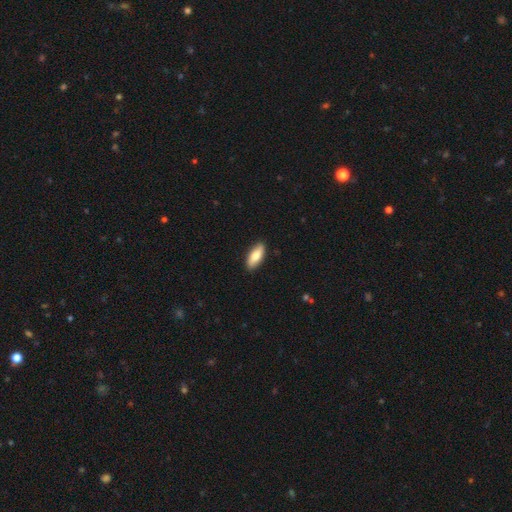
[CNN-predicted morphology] Smooth or featured?
  - smooth: 78% *
  - featured or disk: 16%
  - star or artifact: 5%
How rounded?
  - in between: 76% *
  - cigar-shaped: 22%
  - round: 2%
Merging?
  - none: 89% *
  - minor disturbance: 9%
  - major disturbance: 2%
  - merger: 1%